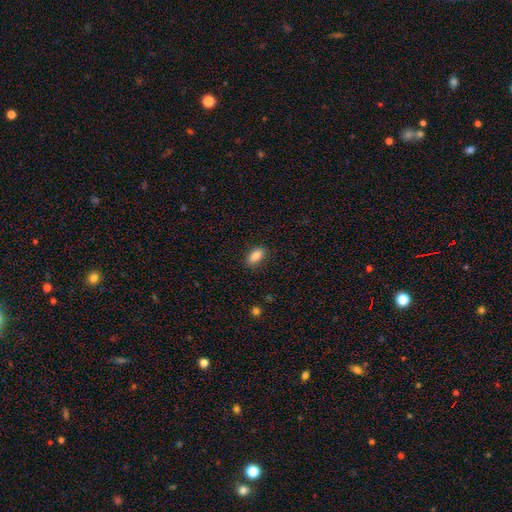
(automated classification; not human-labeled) Smooth or featured? Predicted: smooth (p=0.87). How rounded? Predicted: in between (p=0.90). Merging? Predicted: none (p=0.87).